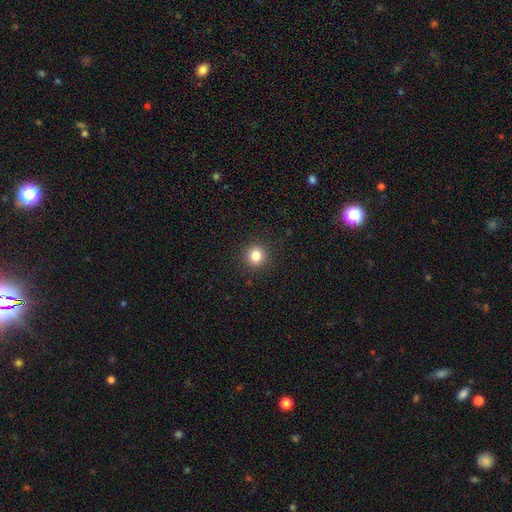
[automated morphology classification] This appears to be a smooth galaxy with no disk features (83%) that is round (94%). Merging: none (92%).